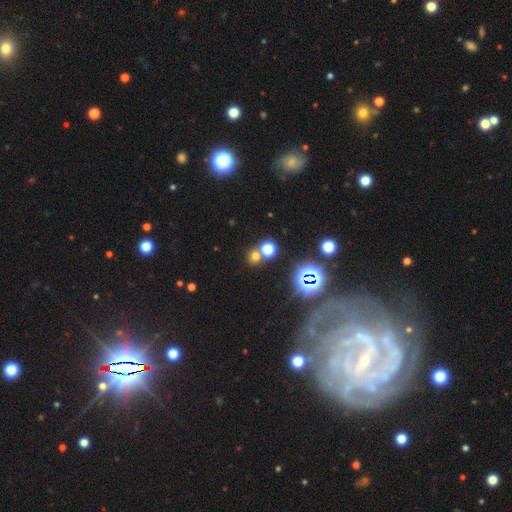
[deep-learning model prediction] Overall: smooth (56%; star or artifact 36%). How rounded: round (83%). Merging: none (61%; merger 29%).